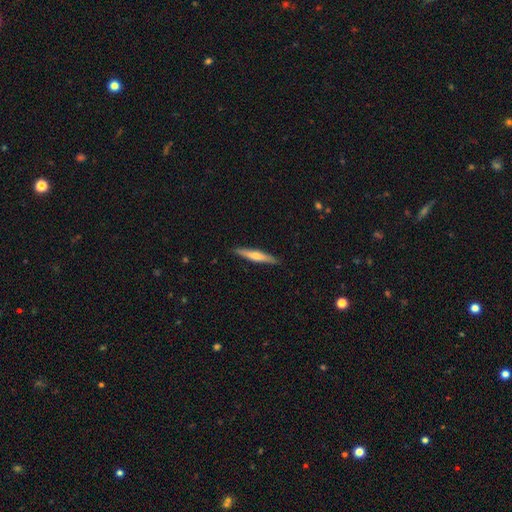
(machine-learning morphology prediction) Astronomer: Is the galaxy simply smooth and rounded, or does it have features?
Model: featured or disk — 52% (runner-up: smooth, 42%).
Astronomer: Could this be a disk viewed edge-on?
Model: yes — 95%.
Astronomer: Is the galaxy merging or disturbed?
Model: none — 90%.